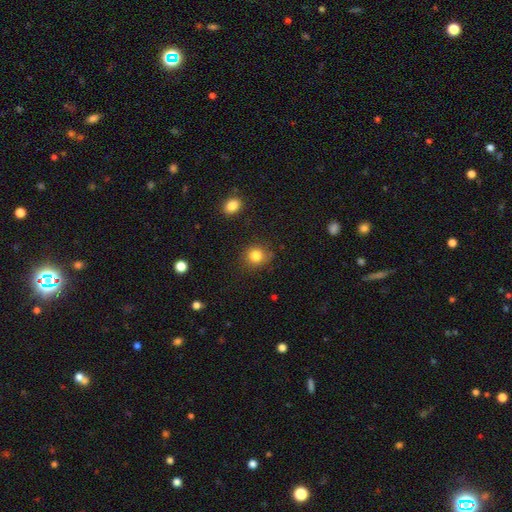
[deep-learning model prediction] Smooth or featured: smooth — 83% (star or artifact — 11%)
How rounded: round — 82% (in between — 17%)
Merging: none — 80% (minor disturbance — 15%)